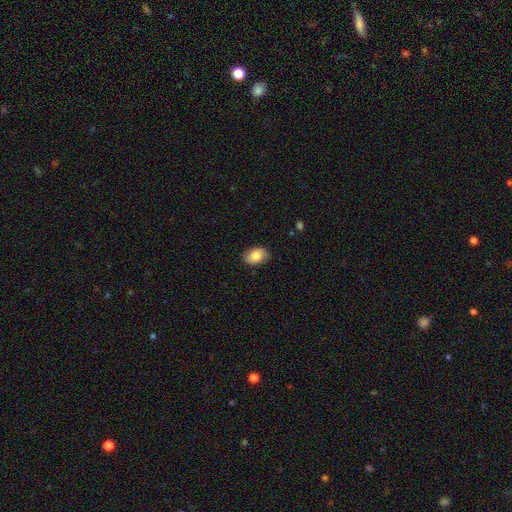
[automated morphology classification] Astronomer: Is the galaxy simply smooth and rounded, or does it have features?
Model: smooth — 80%.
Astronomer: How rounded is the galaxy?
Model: in between — 85%.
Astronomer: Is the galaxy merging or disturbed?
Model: none — 85%.